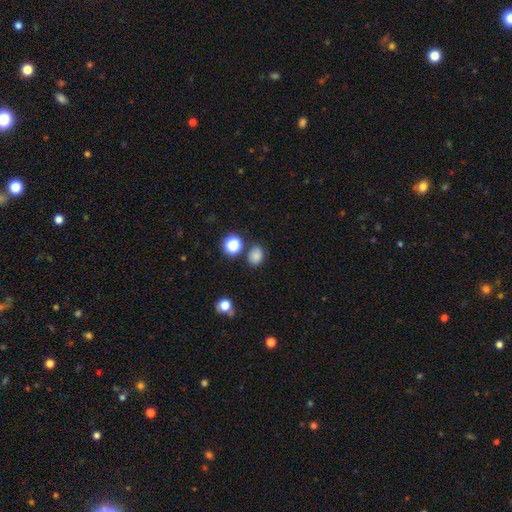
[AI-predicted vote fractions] smooth 79%, star or artifact 15%, featured or disk 6%. Down the decision tree: how rounded — in between (56%); merging — none (78%).